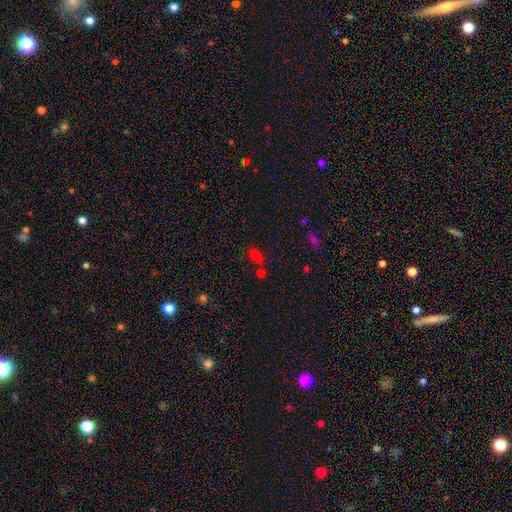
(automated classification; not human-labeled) Morphology: type=smooth (68%); roundness=in between (80%); merging=none (64%).